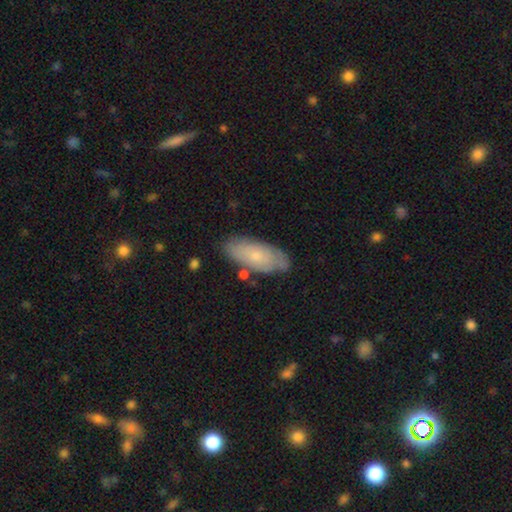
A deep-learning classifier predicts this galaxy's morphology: This appears to be a smooth galaxy with no disk features (62%) that is in between round and cigar-shaped (86%). Merging: none (75%).